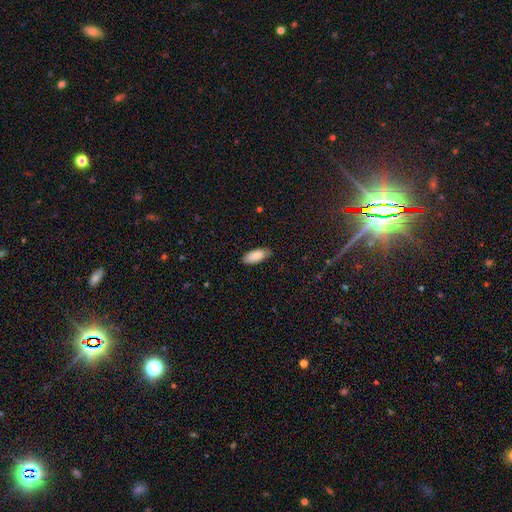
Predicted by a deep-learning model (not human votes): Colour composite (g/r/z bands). It shows a smooth galaxy with no disk features (88%) that is in between round and cigar-shaped (90%). Merging: none (79%).